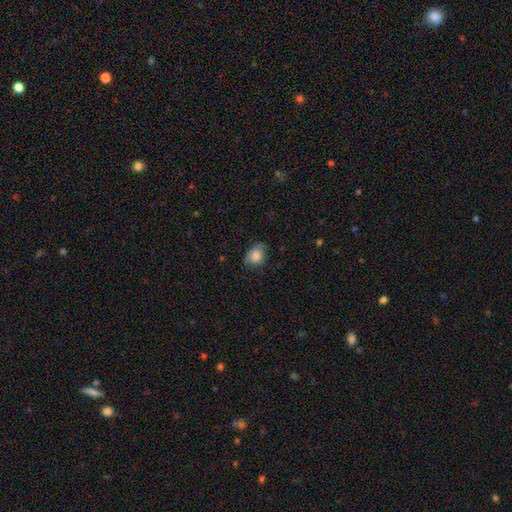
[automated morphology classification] type=smooth (77%); roundness=in between (63%); merging=none (58%).